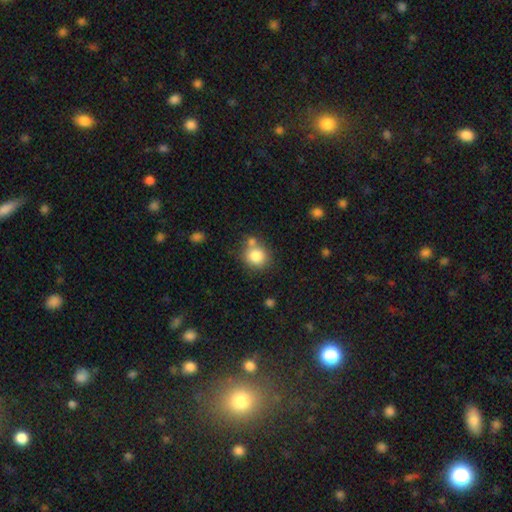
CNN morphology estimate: Overall: smooth (82%). How rounded: round (82%). Merging: none (61%; merger 22%).